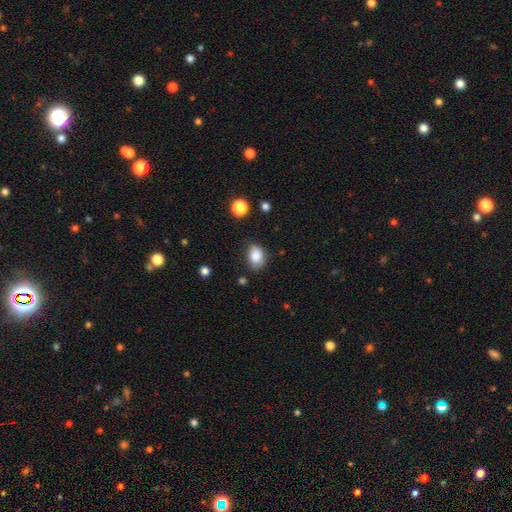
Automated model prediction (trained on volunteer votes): Smooth or featured? Predicted: smooth (p=0.84). How rounded? Predicted: in between (p=0.75). Merging? Predicted: none (p=0.72).